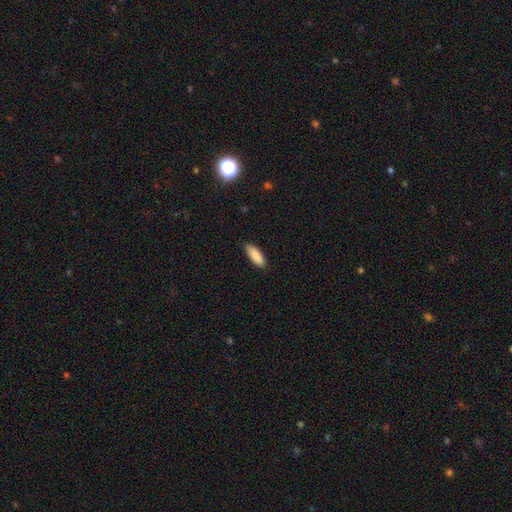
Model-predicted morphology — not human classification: Q: Smooth or featured?
A: smooth (89%); runner-up: star or artifact (6%)
Q: How rounded?
A: in between (64%); runner-up: cigar-shaped (34%)
Q: Merging?
A: none (87%); runner-up: minor disturbance (10%)